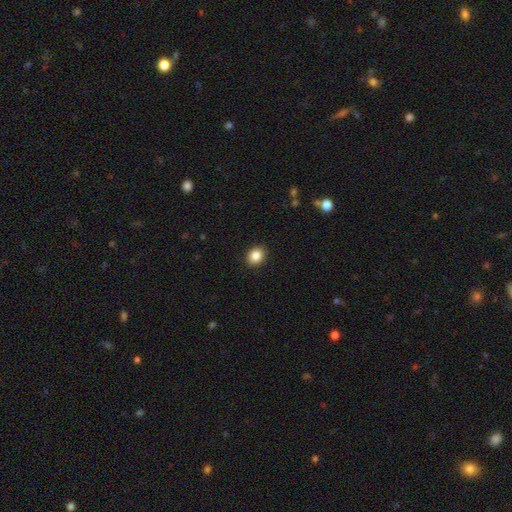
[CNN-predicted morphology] type=smooth (86%); roundness=round (58%); merging=none (91%).